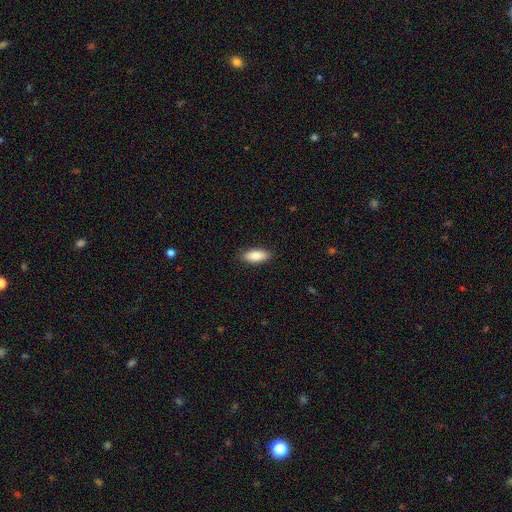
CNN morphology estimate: Q: Smooth or featured?
A: smooth (86%); runner-up: featured or disk (8%)
Q: How rounded?
A: in between (85%); runner-up: cigar-shaped (13%)
Q: Merging?
A: none (88%); runner-up: minor disturbance (9%)